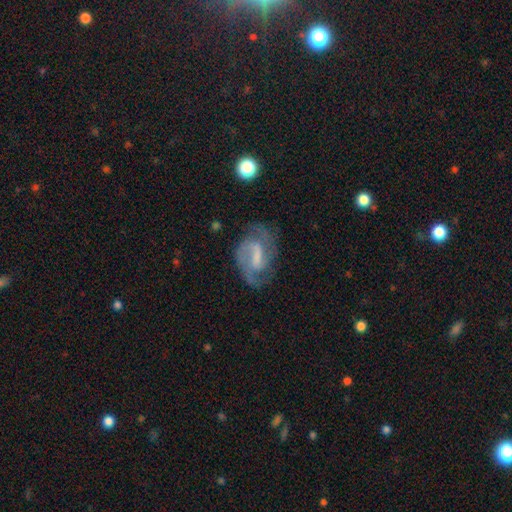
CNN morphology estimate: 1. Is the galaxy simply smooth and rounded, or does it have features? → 79% featured or disk, 15% smooth, 7% star or artifact.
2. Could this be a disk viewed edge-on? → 97% no, 3% yes.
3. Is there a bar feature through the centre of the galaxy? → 51% weak, 32% strong, 18% no.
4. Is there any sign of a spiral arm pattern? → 91% yes, 9% no.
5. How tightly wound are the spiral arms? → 49% medium, 32% tight, 20% loose.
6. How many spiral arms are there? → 67% 2, 14% can't tell, 9% 1, 6% 3, 2% 4, 2% more than 4.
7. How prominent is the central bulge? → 35% none, 29% small, 27% moderate, 7% large, 1% dominant.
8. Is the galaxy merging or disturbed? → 62% none, 21% minor disturbance, 15% major disturbance, 2% merger.